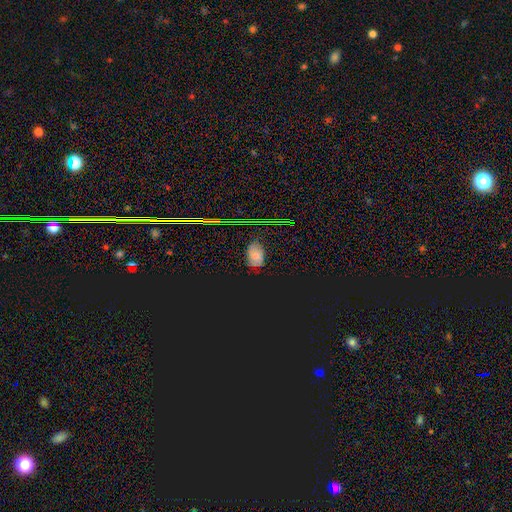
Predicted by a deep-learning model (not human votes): This appears to be a star or artifact, not a galaxy (44%).